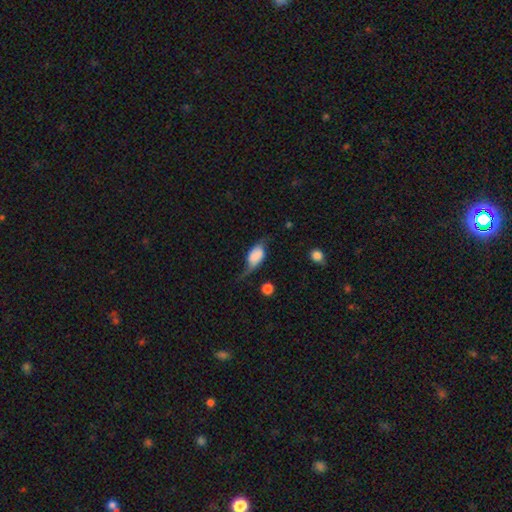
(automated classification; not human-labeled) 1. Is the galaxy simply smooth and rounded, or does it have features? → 47% smooth, 45% featured or disk, 9% star or artifact.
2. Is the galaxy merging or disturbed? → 37% none, 33% minor disturbance, 26% major disturbance, 4% merger.